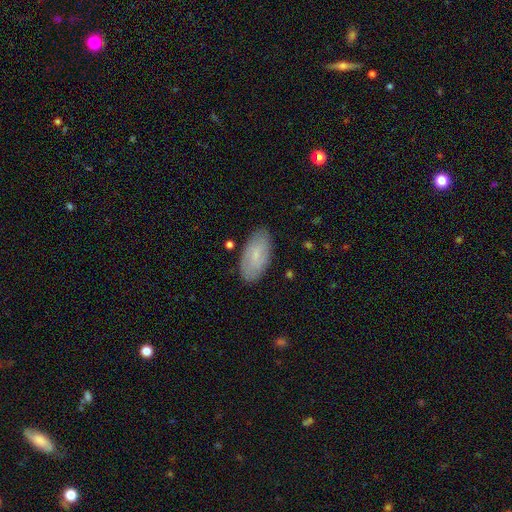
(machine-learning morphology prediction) Smooth or featured? smooth (71%)
How rounded? in between (93%)
Merging? none (84%)